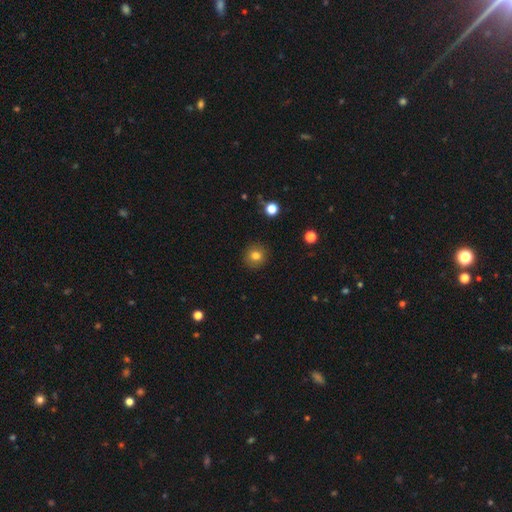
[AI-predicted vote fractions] Smooth or featured? smooth (80%)
How rounded? round (91%)
Merging? none (90%)